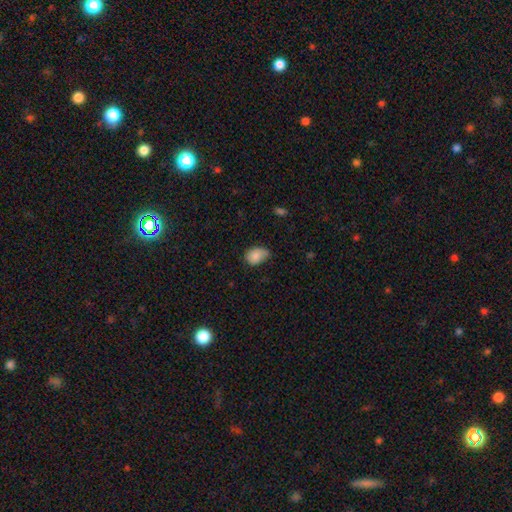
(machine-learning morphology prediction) Smooth or featured? smooth (84%)
How rounded? in between (77%)
Merging? none (46%)